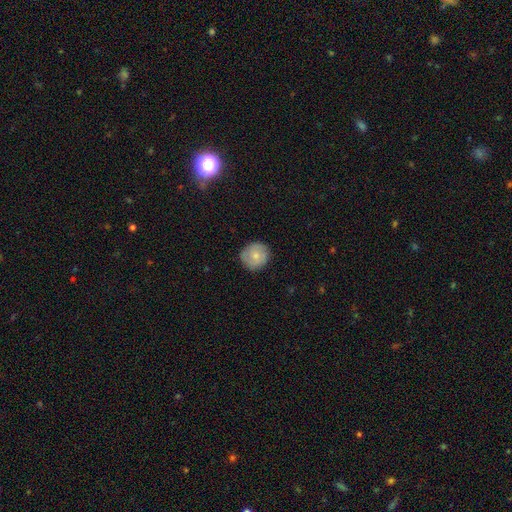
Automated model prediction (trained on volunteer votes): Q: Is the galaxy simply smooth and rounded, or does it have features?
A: smooth — 69%.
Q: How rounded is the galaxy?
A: round — 91%.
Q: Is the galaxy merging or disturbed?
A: none — 86%.